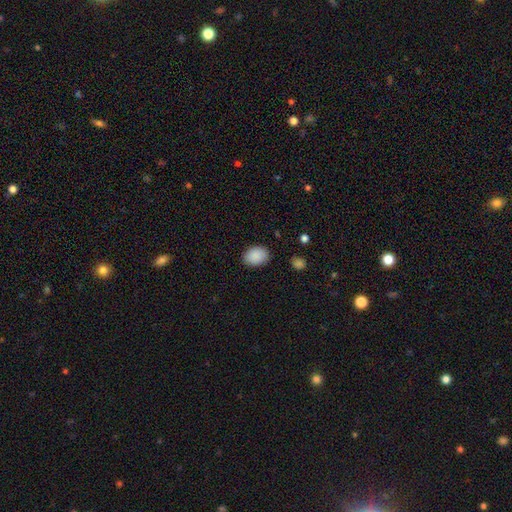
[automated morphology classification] The model was most divided on "how rounded": in between: 69%, round: 30%, cigar-shaped: 1%. More confident: smooth or featured — smooth (89%); merging — none (85%).